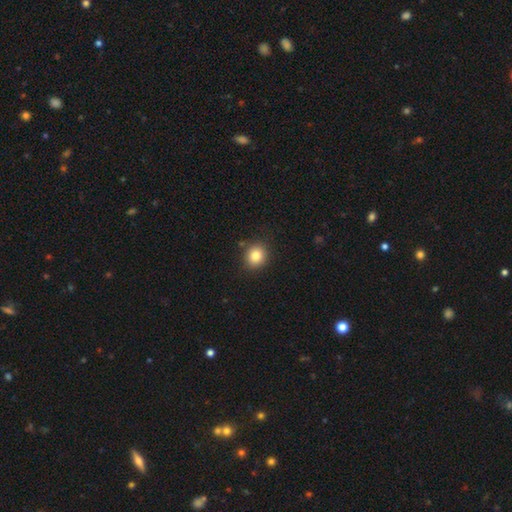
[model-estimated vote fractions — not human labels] This is clearly a smooth galaxy (83%). How rounded: likely round (77%). Merging: clearly none (87%).